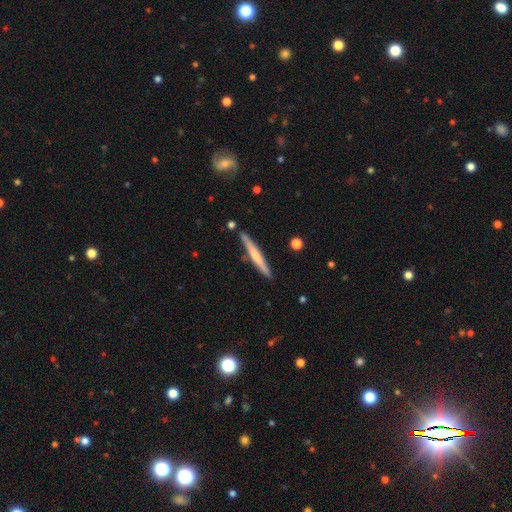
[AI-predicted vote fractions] smooth_or_featured: smooth (p=0.48) [alt: featured or disk p=0.47]
merging: none (p=0.86) [alt: minor disturbance p=0.09]